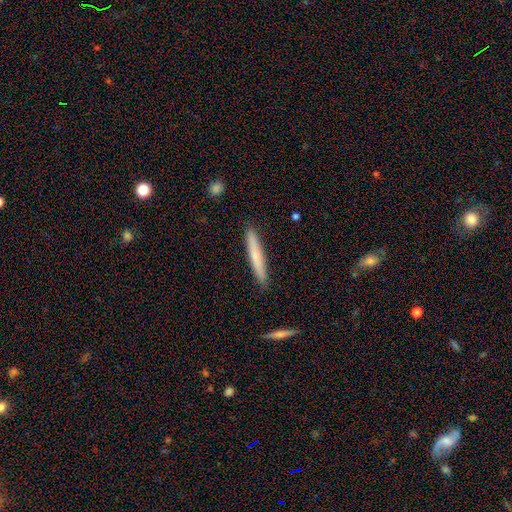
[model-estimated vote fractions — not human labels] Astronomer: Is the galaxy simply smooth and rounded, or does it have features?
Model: smooth — 67%.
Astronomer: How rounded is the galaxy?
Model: cigar-shaped — 95%.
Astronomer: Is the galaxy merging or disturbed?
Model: none — 90%.